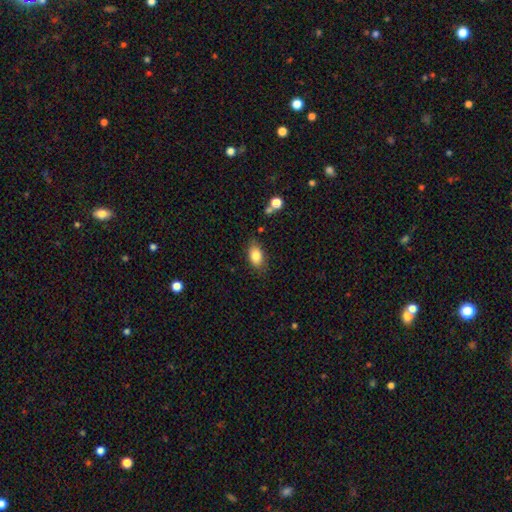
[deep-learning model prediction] This appears to be a smooth galaxy with no disk features (83%) that is in between round and cigar-shaped (89%). Merging: none (78%).